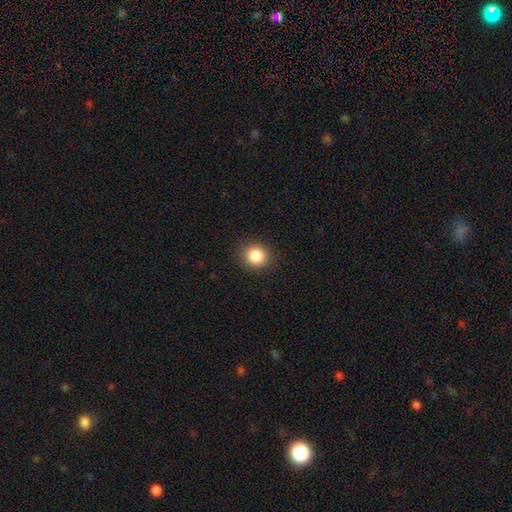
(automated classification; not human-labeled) Overall: smooth (85%). How rounded: round (87%). Merging: none (91%).